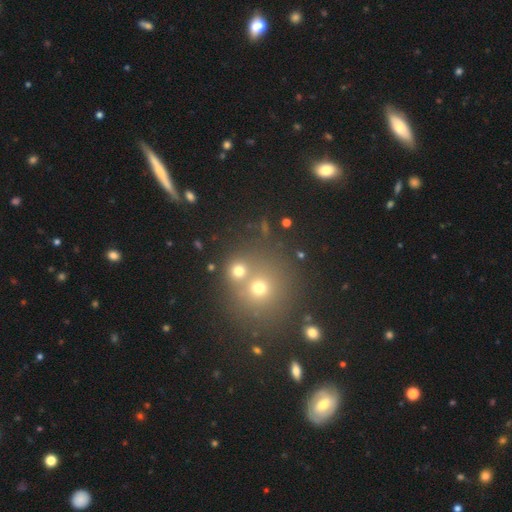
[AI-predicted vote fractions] Morphology: type=smooth (45%); merging=none (69%).